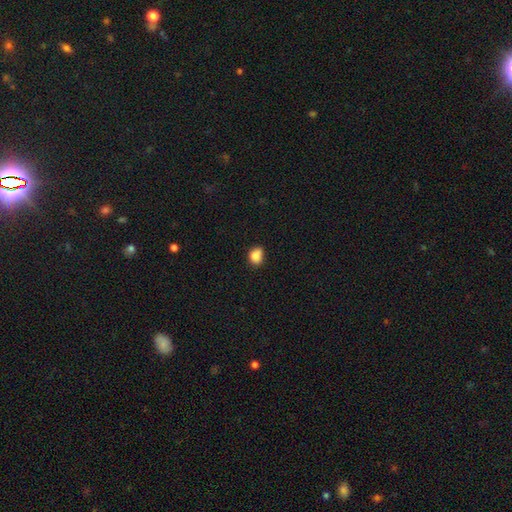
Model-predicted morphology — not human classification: smooth_or_featured: smooth (p=0.86) [alt: star or artifact p=0.10]
how_rounded: in between (p=0.53) [alt: round p=0.46]
merging: none (p=0.72) [alt: minor disturbance p=0.22]